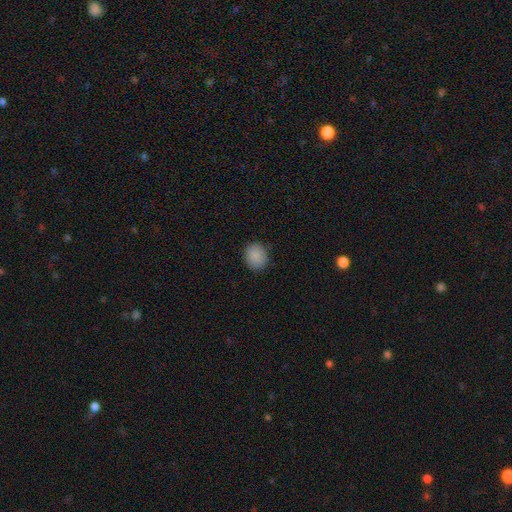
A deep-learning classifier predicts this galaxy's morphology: smooth 88%, star or artifact 8%, featured or disk 3%. Down the decision tree: how rounded — round (63%); merging — none (86%).